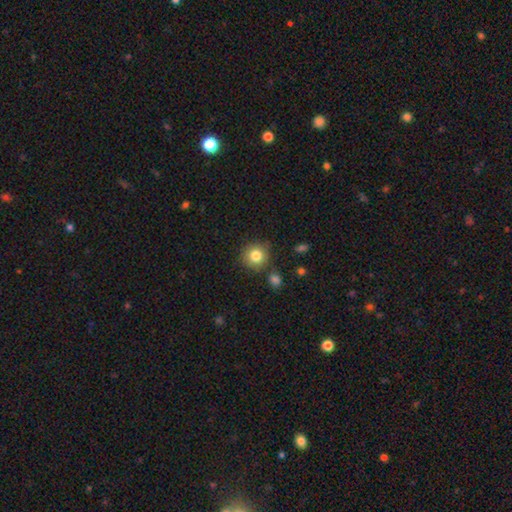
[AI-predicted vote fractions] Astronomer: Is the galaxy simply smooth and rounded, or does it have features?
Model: smooth — 83%.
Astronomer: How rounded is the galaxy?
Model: round — 91%.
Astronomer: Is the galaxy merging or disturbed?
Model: none — 81%.